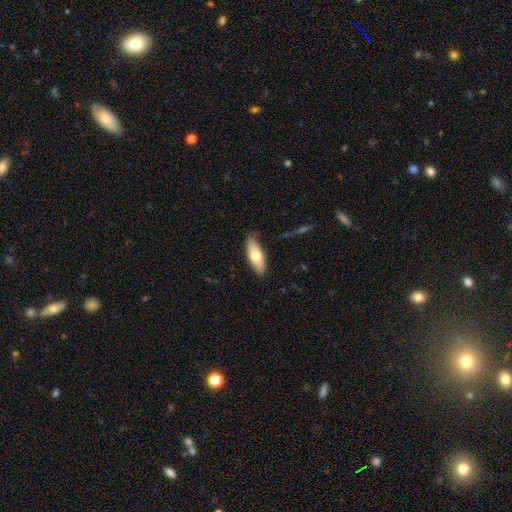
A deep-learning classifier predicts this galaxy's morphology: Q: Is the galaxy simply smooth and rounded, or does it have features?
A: smooth — 71%.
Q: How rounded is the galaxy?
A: in between — 76%.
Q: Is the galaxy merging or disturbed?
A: none — 84%.